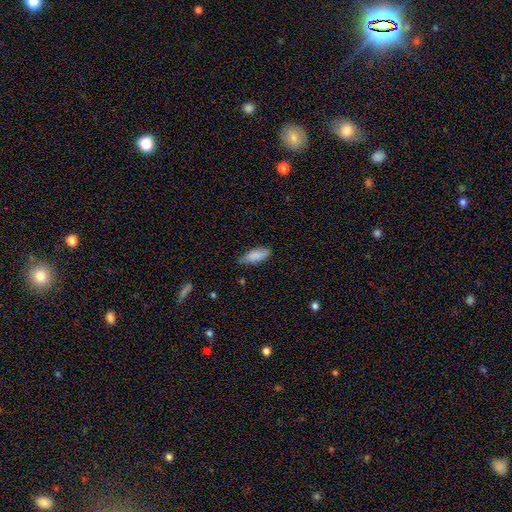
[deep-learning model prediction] The model was most divided on "merging": none: 70%, minor disturbance: 25%, major disturbance: 4%, merger: 2%. More confident: smooth or featured — smooth (86%); how rounded — in between (77%).